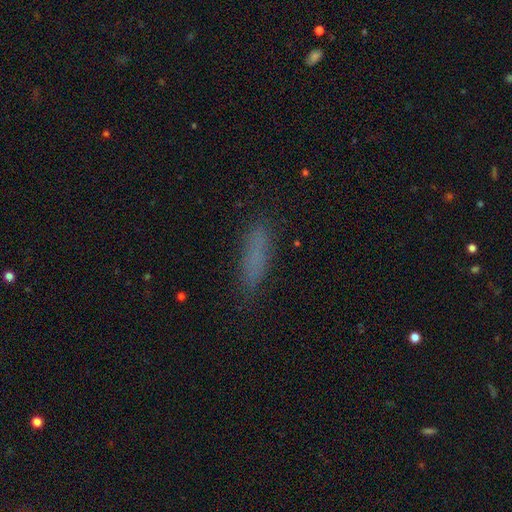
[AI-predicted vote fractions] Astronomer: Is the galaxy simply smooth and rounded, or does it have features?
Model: smooth — 75%.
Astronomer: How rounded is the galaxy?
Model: cigar-shaped — 73%.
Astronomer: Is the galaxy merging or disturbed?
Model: none — 81%.